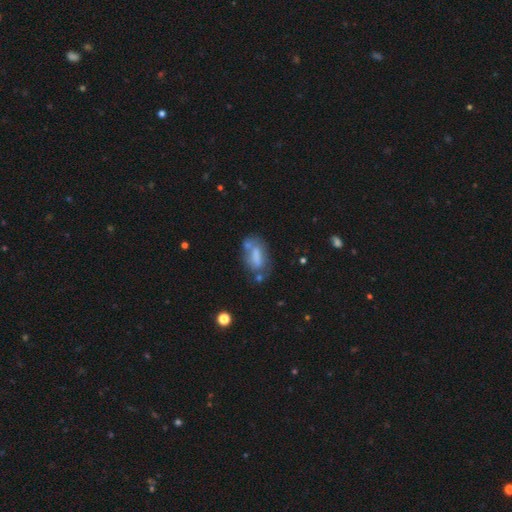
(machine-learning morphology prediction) smooth 59%, featured or disk 31%, star or artifact 10%. Down the decision tree: how rounded — in between (82%); merging — none (42%).